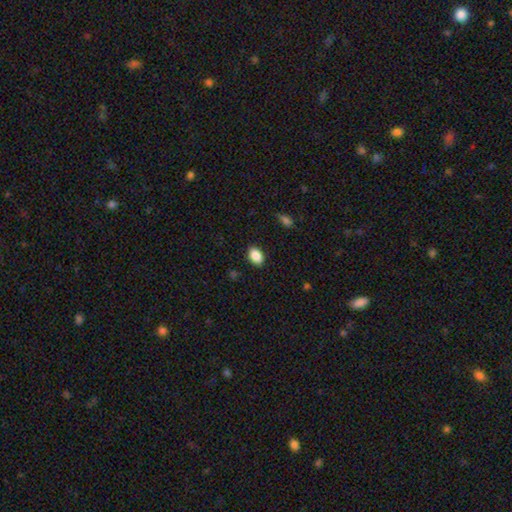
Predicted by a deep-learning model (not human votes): A smooth galaxy with no disk features (88%) that is in between round and cigar-shaped (87%).

Vote fractions:
- Smooth or featured? smooth: 88% / star or artifact: 8% / featured or disk: 4%
- How rounded? in between: 87% / round: 11% / cigar-shaped: 1%
- Merging? none: 88% / minor disturbance: 9% / major disturbance: 2% / merger: 1%